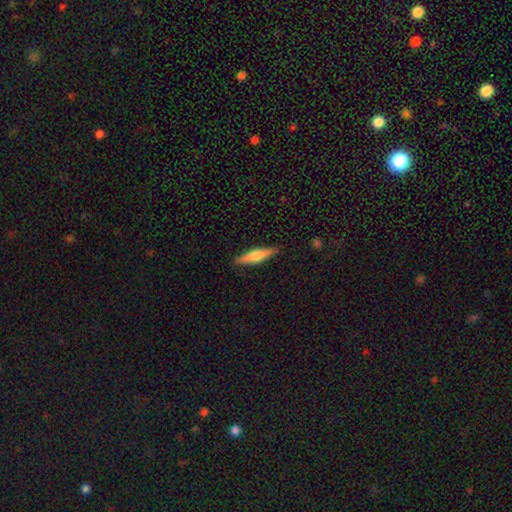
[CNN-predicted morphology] A smooth galaxy with no disk features (51%) that is cigar-shaped (79%).

Vote fractions:
- Smooth or featured? smooth: 51% / featured or disk: 43% / star or artifact: 6%
- How rounded? cigar-shaped: 79% / in between: 19% / round: 2%
- Merging? none: 89% / minor disturbance: 8% / major disturbance: 2% / merger: 1%